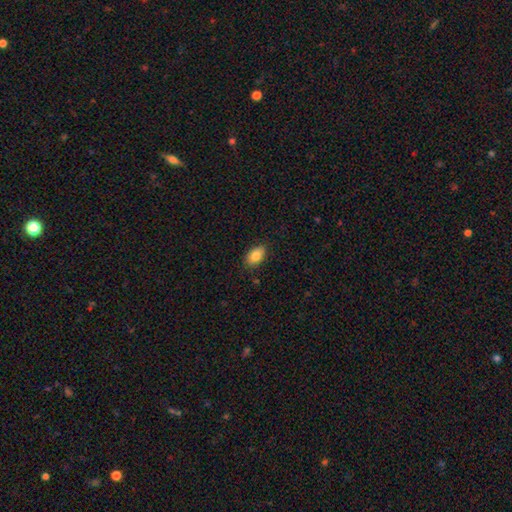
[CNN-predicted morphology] Smooth or featured: smooth — 86% (star or artifact — 8%)
How rounded: in between — 91% (round — 6%)
Merging: none — 83% (minor disturbance — 13%)